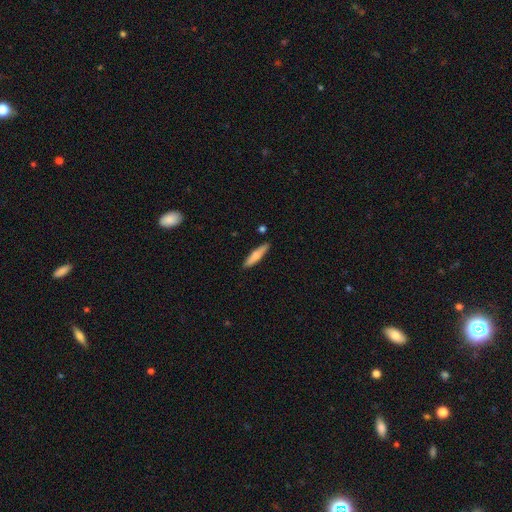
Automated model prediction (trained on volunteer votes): smooth_or_featured: smooth (p=0.72) [alt: featured or disk p=0.22]
how_rounded: cigar-shaped (p=0.82) [alt: in between p=0.16]
merging: none (p=0.86) [alt: minor disturbance p=0.10]